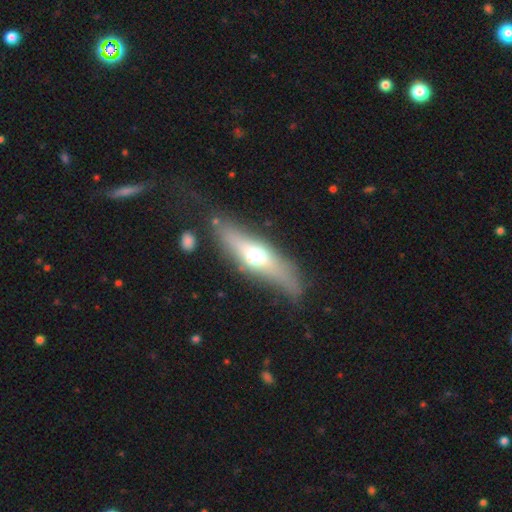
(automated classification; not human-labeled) Smooth or featured? Predicted: featured or disk (p=0.53). Edge-on disk? Predicted: yes (p=0.82). Merging? Predicted: none (p=0.79).